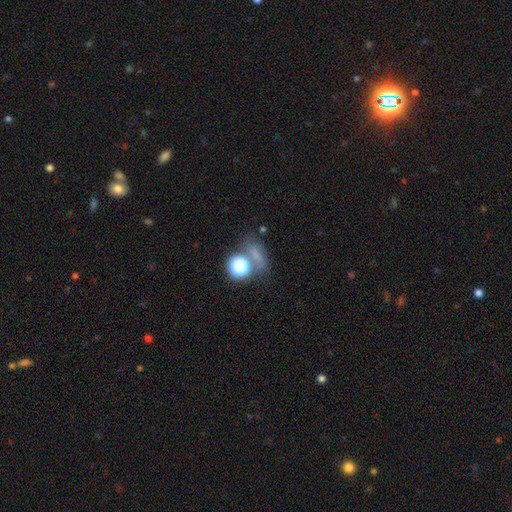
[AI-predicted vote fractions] A smooth galaxy with no disk features (47%).

Vote fractions:
- Smooth or featured? smooth: 47% / star or artifact: 39% / featured or disk: 14%
- Merging? none: 55% / merger: 17% / minor disturbance: 14% / major disturbance: 13%